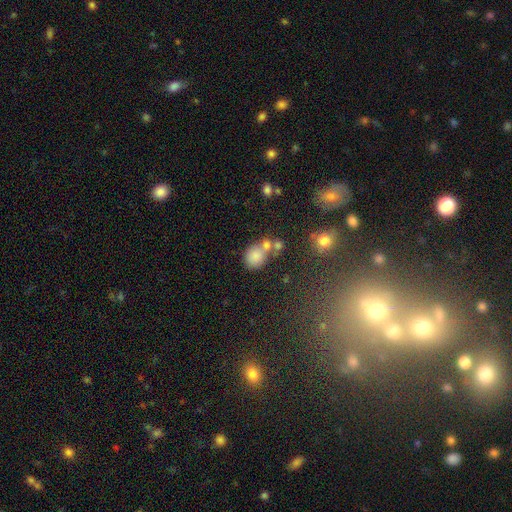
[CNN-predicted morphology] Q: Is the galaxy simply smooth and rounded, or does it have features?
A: smooth — 76%.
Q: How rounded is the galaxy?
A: round — 66%.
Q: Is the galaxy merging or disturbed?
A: merger — 42%.